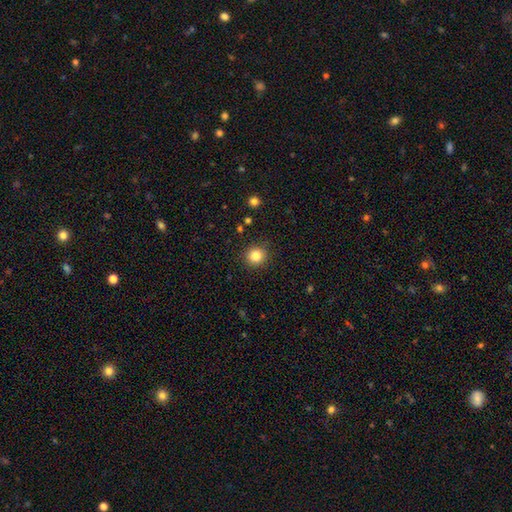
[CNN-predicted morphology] A smooth galaxy with no disk features (83%) that is round (92%). Merging: none (90%).